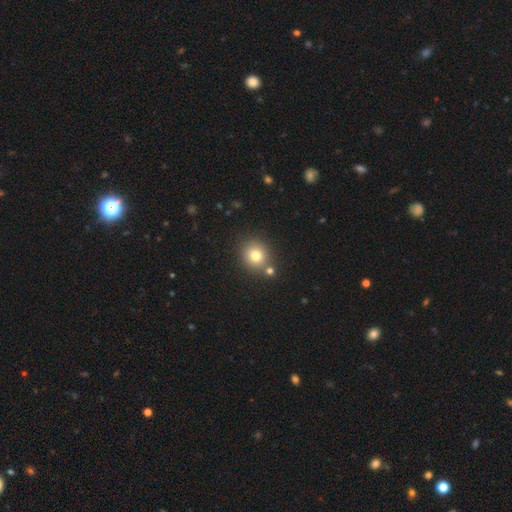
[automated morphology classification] smooth 76%, star or artifact 13%, featured or disk 11%. Down the decision tree: how rounded — round (84%); merging — none (74%).